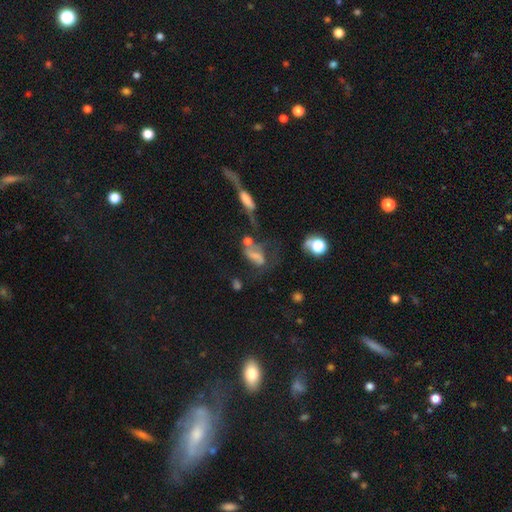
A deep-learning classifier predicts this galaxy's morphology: This appears to be a smooth galaxy with no disk features (43%). Merging: major disturbance (32%, tied with merger).